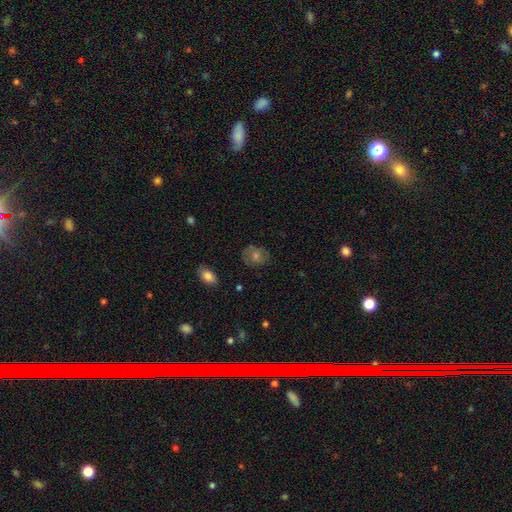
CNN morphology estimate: This appears to be a smooth galaxy with no disk features (49%). Merging: none (79%).